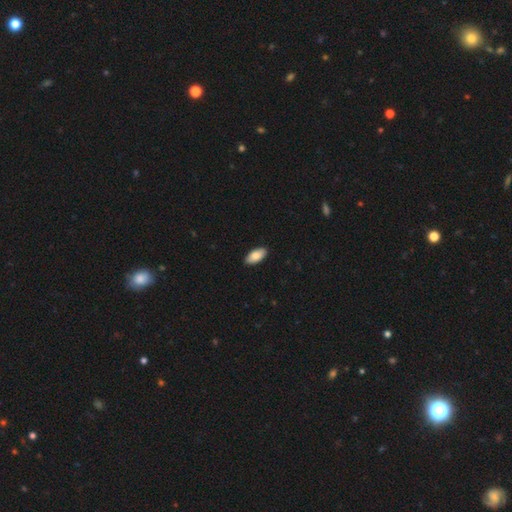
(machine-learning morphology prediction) smooth-or-featured: smooth: 85% | featured or disk: 9% | star or artifact: 6%
  how-rounded: in between: 93% | cigar-shaped: 6% | round: 2%
  merging: none: 90% | minor disturbance: 8% | major disturbance: 1% | merger: 1%